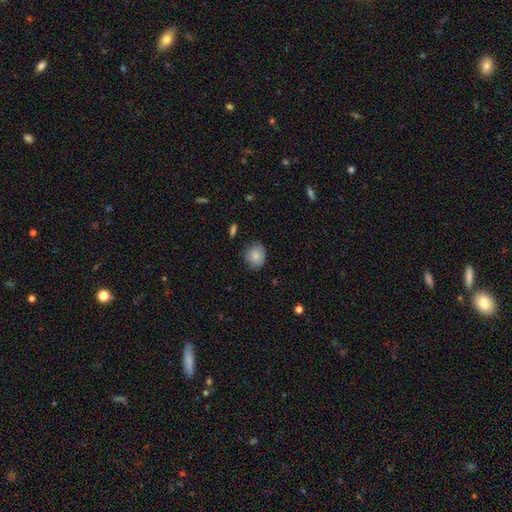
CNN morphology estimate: Smooth or featured? smooth (85%)
How rounded? round (67%)
Merging? none (79%)